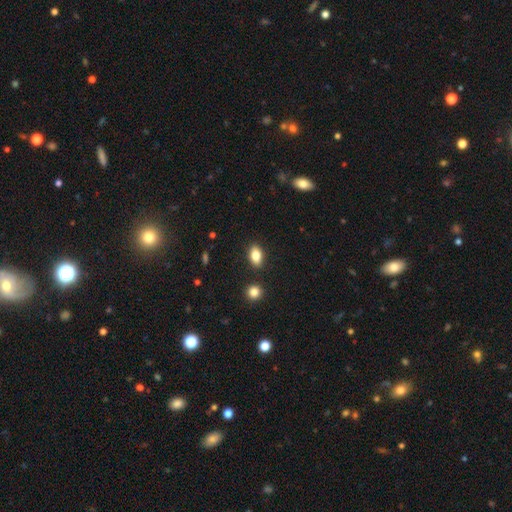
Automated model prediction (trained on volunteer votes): This is clearly a smooth galaxy (80%). How rounded: clearly in between (87%). Merging: clearly none (87%).